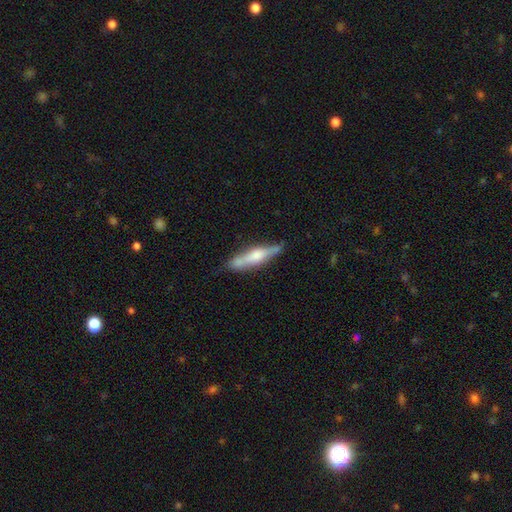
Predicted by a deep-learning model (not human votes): The model was most divided on "smooth or featured": featured or disk: 56%, smooth: 38%, star or artifact: 6%. More confident: edge-on disk — yes (91%); merging — none (74%); edge-on bulge — rounded (72%).